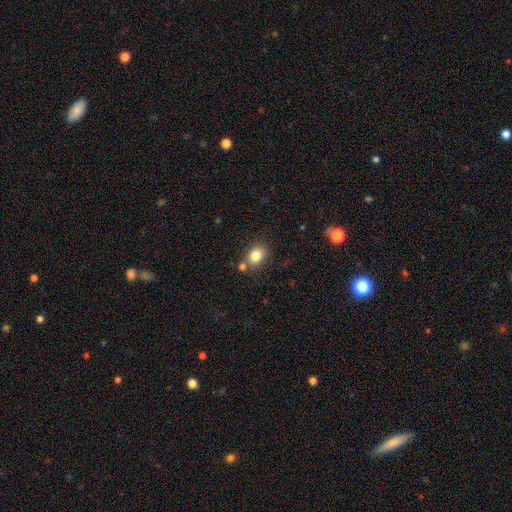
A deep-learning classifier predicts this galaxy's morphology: smooth 82%, star or artifact 10%, featured or disk 7%. Down the decision tree: how rounded — in between (51%); merging — none (74%).